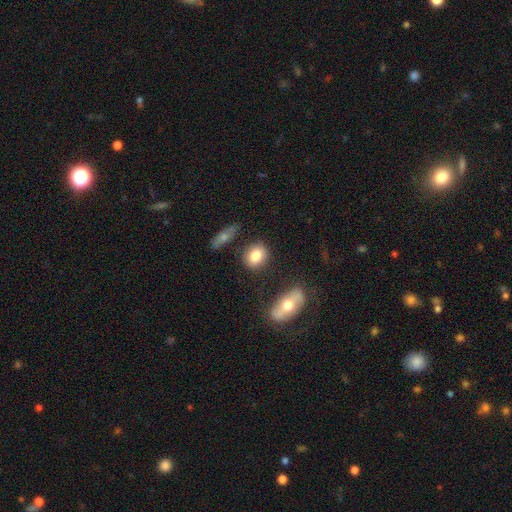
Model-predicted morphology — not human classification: Q: Smooth or featured?
A: smooth (82%); runner-up: featured or disk (11%)
Q: How rounded?
A: round (63%); runner-up: in between (35%)
Q: Merging?
A: none (83%); runner-up: minor disturbance (10%)